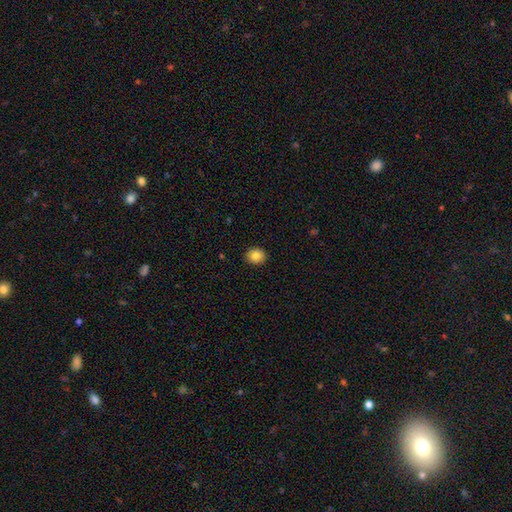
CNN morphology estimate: Smooth or featured: smooth — 85% (star or artifact — 9%)
How rounded: round — 73% (in between — 26%)
Merging: none — 91% (minor disturbance — 6%)